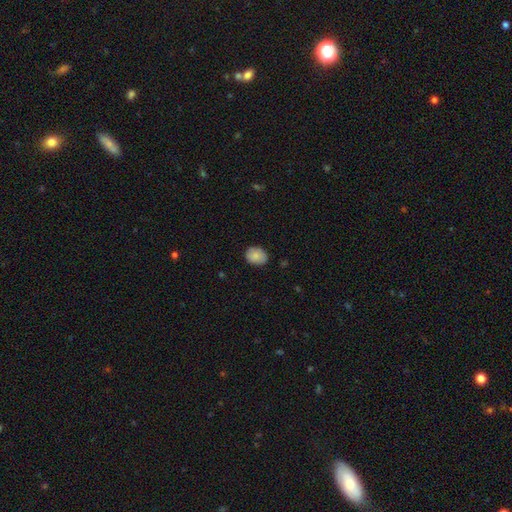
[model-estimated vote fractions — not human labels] Overall: smooth (84%). How rounded: in between (54%; round 45%). Merging: none (80%).